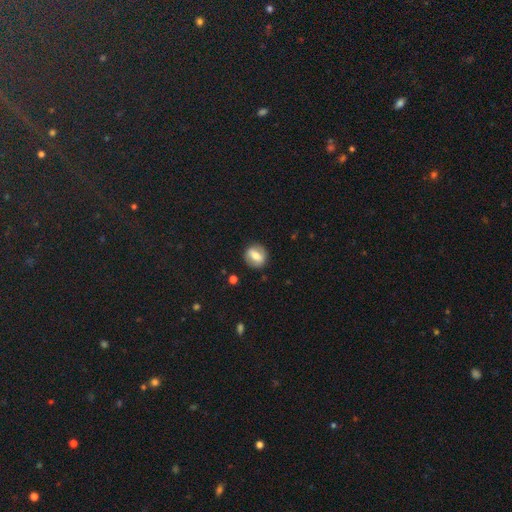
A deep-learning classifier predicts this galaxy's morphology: Smooth or featured? Predicted: smooth (p=0.57). How rounded? Predicted: round (p=0.67). Merging? Predicted: none (p=0.86).